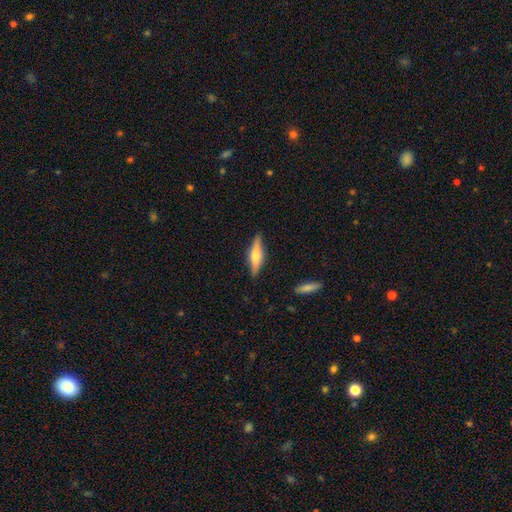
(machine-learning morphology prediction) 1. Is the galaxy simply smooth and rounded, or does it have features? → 54% featured or disk, 39% smooth, 6% star or artifact.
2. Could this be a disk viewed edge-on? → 95% yes, 5% no.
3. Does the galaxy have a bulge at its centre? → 80% rounded, 13% boxy, 7% none.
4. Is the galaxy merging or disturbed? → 87% none, 10% minor disturbance, 2% major disturbance, 1% merger.